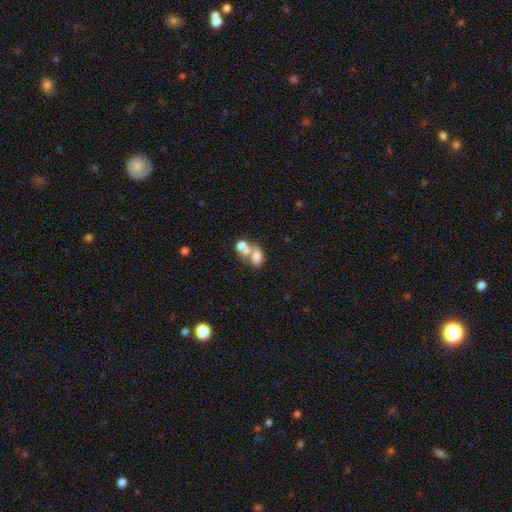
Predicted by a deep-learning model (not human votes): The model was most divided on "merging": merger: 64%, none: 21%, minor disturbance: 8%, major disturbance: 7%. More confident: how rounded — in between (79%); smooth or featured — smooth (70%).